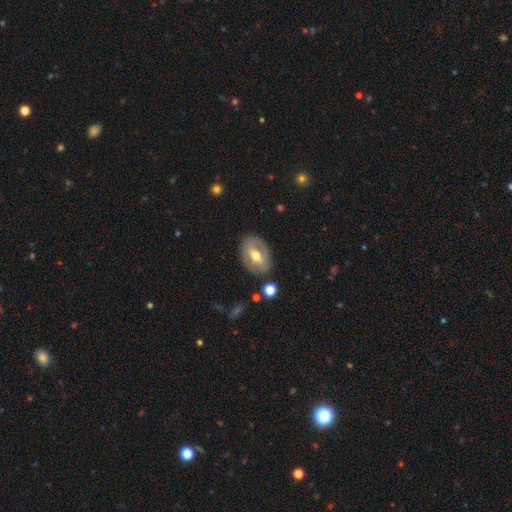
Q: Smooth or featured?
A: featured or disk (55%); runner-up: smooth (40%)
Q: Edge-on disk?
A: no (95%); runner-up: yes (5%)
Q: Bar?
A: strong (38%); runner-up: weak (33%)
Q: Spiral arms?
A: no (52%); runner-up: yes (48%)
Q: Bulge size?
A: moderate (71%); runner-up: small (19%)
Q: Merging?
A: none (92%); runner-up: merger (5%)